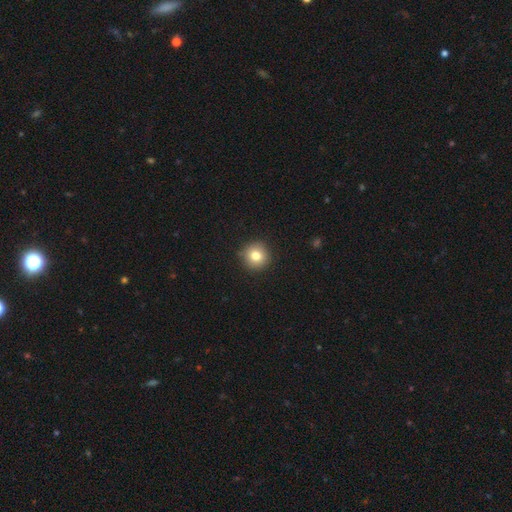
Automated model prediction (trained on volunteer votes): smooth-or-featured: smooth: 79% | star or artifact: 11% | featured or disk: 10%
  how-rounded: round: 94% | in between: 5% | cigar-shaped: 1%
  merging: none: 91% | minor disturbance: 6% | major disturbance: 2% | merger: 1%